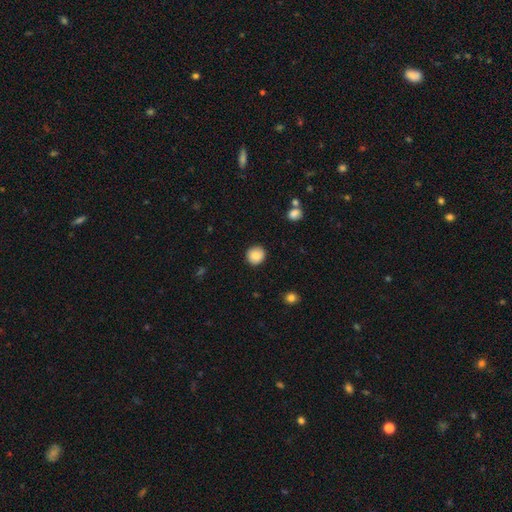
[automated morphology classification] This appears to be a smooth galaxy with no disk features (87%) that is round (93%). Merging: none (91%).